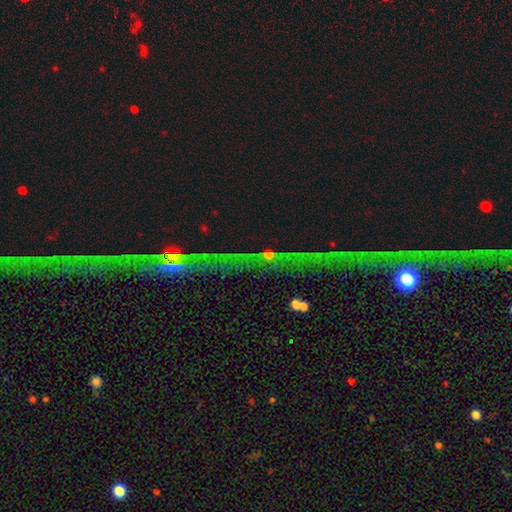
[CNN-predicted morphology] This is likely a star or artifact rather than a galaxy (68%).